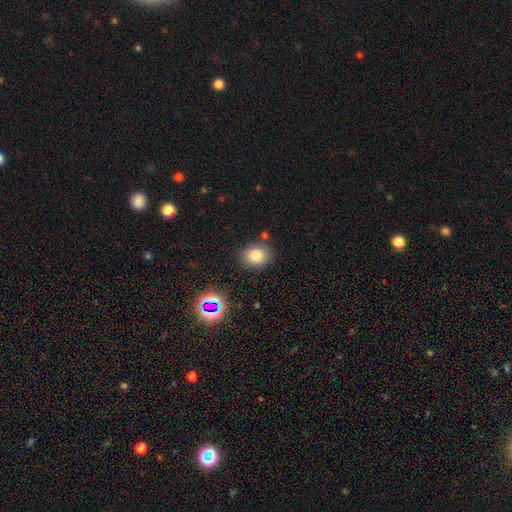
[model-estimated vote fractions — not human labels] smooth 80%, star or artifact 13%, featured or disk 7%. Down the decision tree: how rounded — round (57%); merging — none (82%).